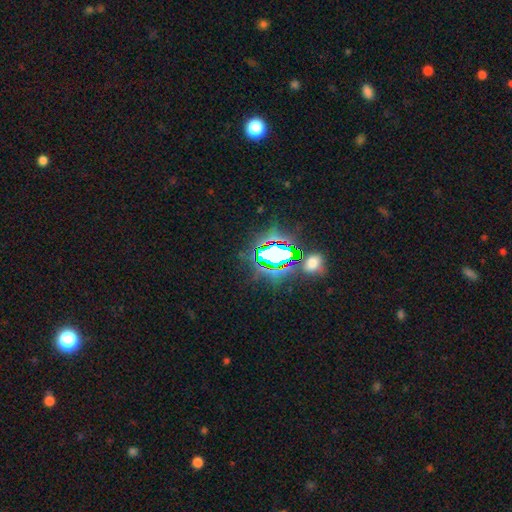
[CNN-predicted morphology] Q: Smooth or featured?
A: star or artifact (80%); runner-up: smooth (12%)